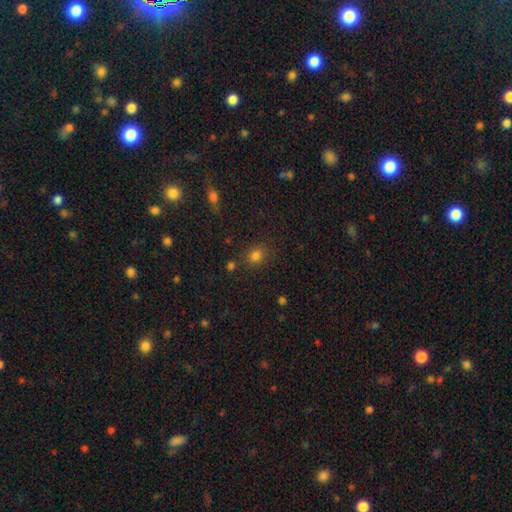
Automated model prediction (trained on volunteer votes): A smooth galaxy with no disk features (78%) that is round (72%). Merging: none (78%).